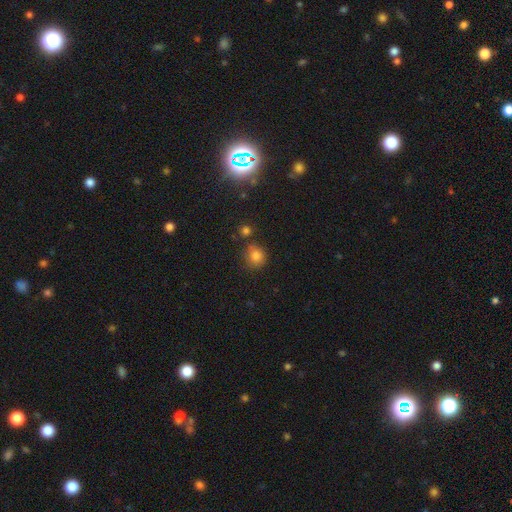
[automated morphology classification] This is clearly a smooth galaxy (82%). How rounded: clearly round (83%). Merging: likely none (70%).